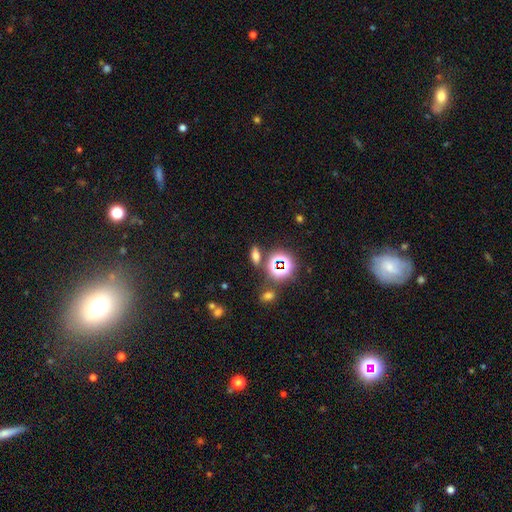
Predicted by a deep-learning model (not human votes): Smooth or featured?
  - smooth: 53% *
  - star or artifact: 31%
  - featured or disk: 16%
How rounded?
  - in between: 61% *
  - cigar-shaped: 24%
  - round: 15%
Merging?
  - none: 79% *
  - minor disturbance: 10%
  - merger: 7%
  - major disturbance: 4%